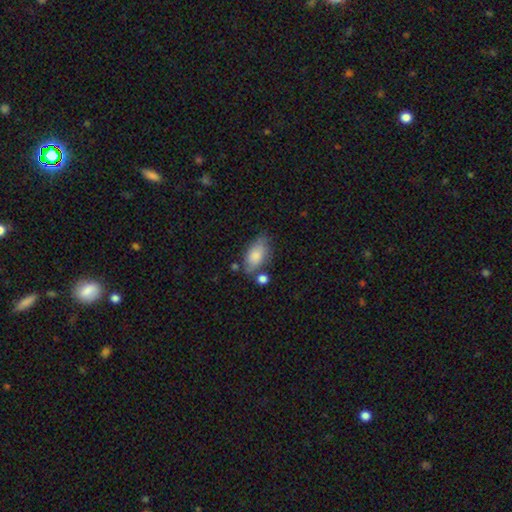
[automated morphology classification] type=smooth (79%); roundness=in between (91%); merging=none (58%).